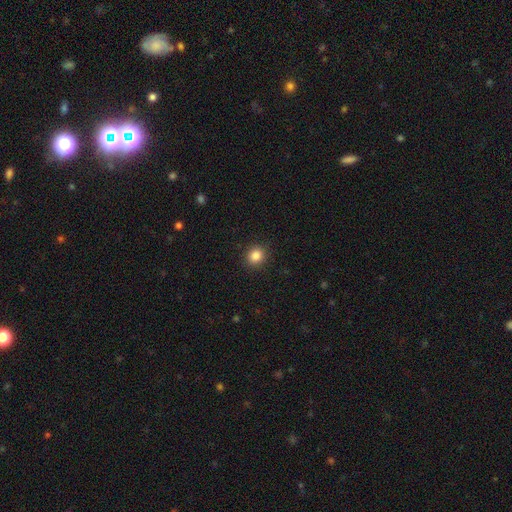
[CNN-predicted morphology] Smooth or featured: smooth — 85% (star or artifact — 11%)
How rounded: round — 81% (in between — 18%)
Merging: none — 91% (minor disturbance — 6%)